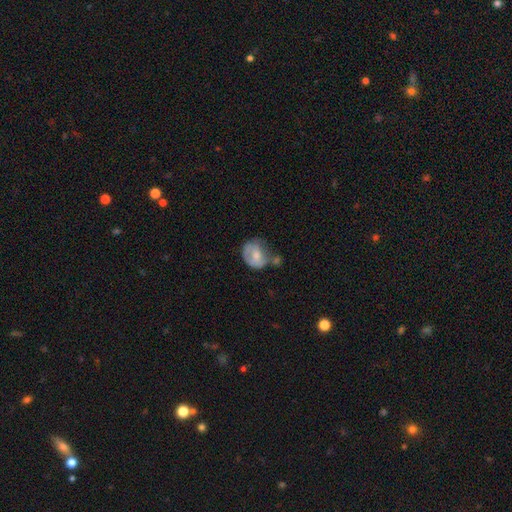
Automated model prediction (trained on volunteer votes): The model was most divided on "merging": none: 31%, minor disturbance: 29%, major disturbance: 22%, merger: 18%. More confident: smooth or featured — smooth (59%); how rounded — round (53%).